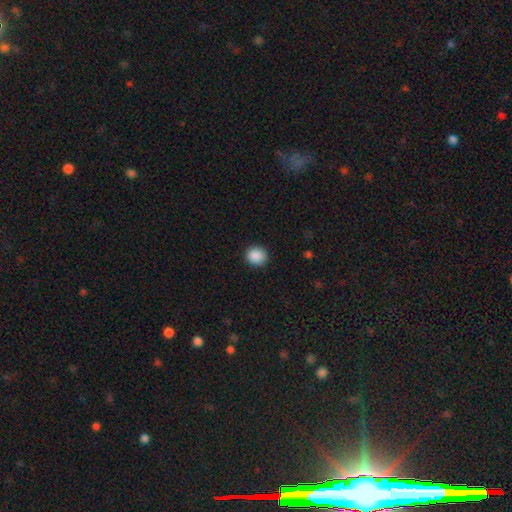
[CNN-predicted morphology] A smooth galaxy with no disk features (89%) that is round (86%).

Vote fractions:
- Smooth or featured? smooth: 89% / star or artifact: 9% / featured or disk: 2%
- How rounded? round: 86% / in between: 13% / cigar-shaped: 1%
- Merging? none: 90% / minor disturbance: 7% / major disturbance: 2% / merger: 1%